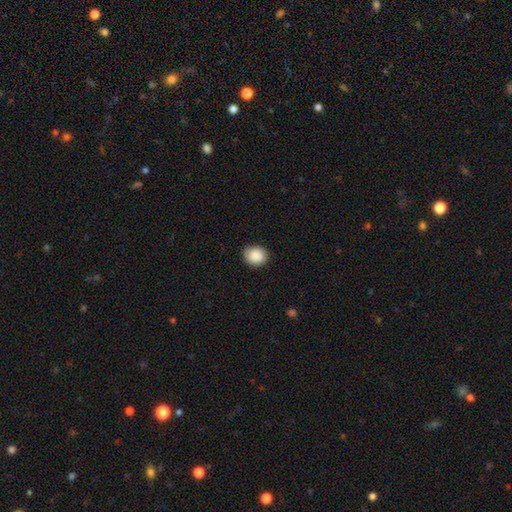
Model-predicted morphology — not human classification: A smooth galaxy with no disk features (89%) that is round (66%). Merging: none (86%).